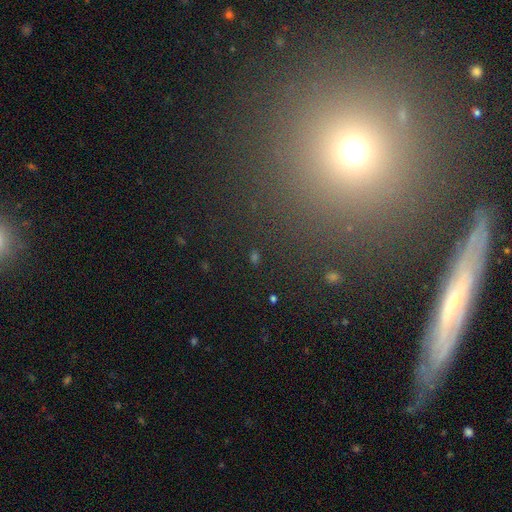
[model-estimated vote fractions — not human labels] Morphology: type=star or artifact (55%).